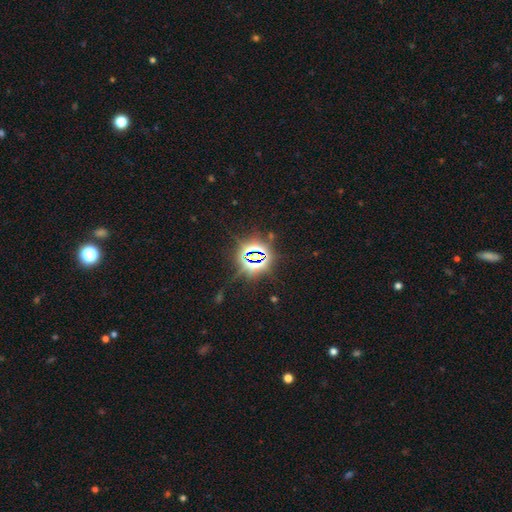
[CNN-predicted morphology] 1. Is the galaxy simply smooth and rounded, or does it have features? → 82% star or artifact, 11% smooth, 7% featured or disk.